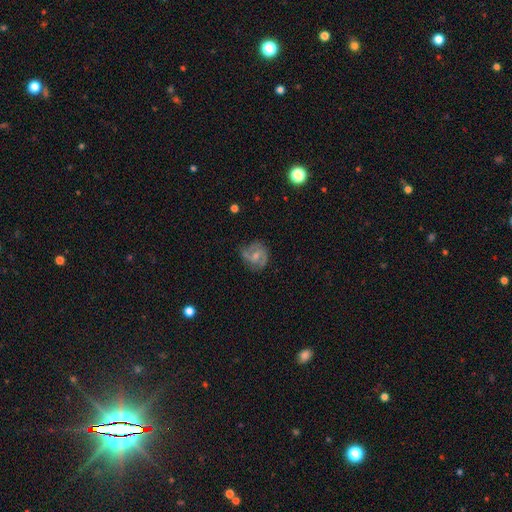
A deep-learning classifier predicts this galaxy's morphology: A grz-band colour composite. It shows a featured or disk galaxy (67%) with no bar (48%), 2 (73%) medium (50%) spiral arms (87%) and a small central bulge (46%). Merging: none (60%).